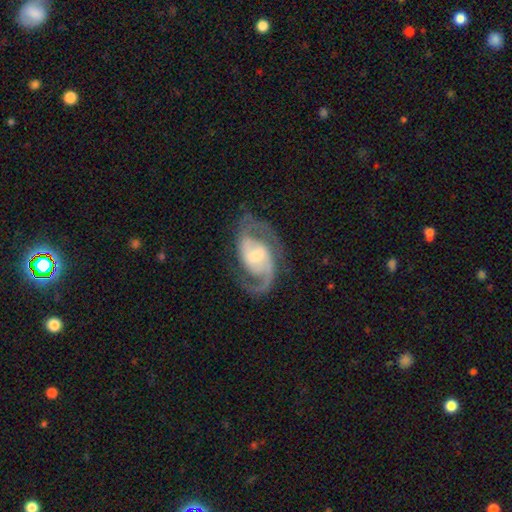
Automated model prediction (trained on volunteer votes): Smooth or featured?
  - featured or disk: 91% *
  - smooth: 5%
  - star or artifact: 4%
Edge-on disk?
  - no: 98% *
  - yes: 2%
Bar?
  - weak: 52% *
  - no: 29%
  - strong: 19%
Spiral arms?
  - yes: 98% *
  - no: 2%
Spiral winding?
  - medium: 58% *
  - tight: 22%
  - loose: 20%
Spiral arm count?
  - 2: 89% *
  - can't tell: 3%
  - 1: 3%
  - 3: 2%
  - 4: 1%
  - more than 4: 1%
Bulge size?
  - moderate: 42% *
  - small: 39%
  - large: 9%
  - none: 8%
  - dominant: 1%
Merging?
  - none: 73% *
  - minor disturbance: 15%
  - major disturbance: 10%
  - merger: 1%